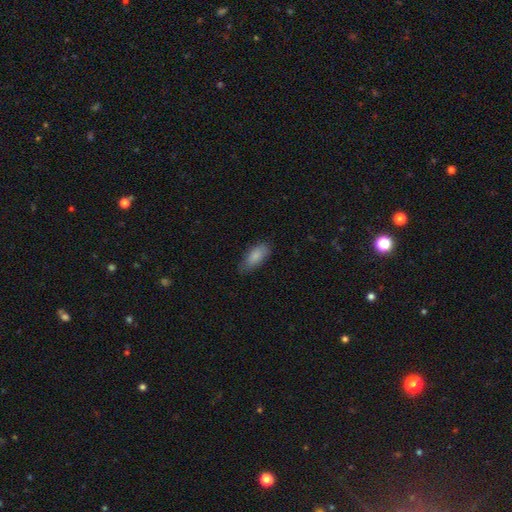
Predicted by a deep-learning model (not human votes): A smooth galaxy with no disk features (86%) that is in between round and cigar-shaped (84%).

Vote fractions:
- Smooth or featured? smooth: 86% / featured or disk: 8% / star or artifact: 6%
- How rounded? in between: 84% / cigar-shaped: 14% / round: 2%
- Merging? none: 72% / minor disturbance: 23% / major disturbance: 4% / merger: 1%